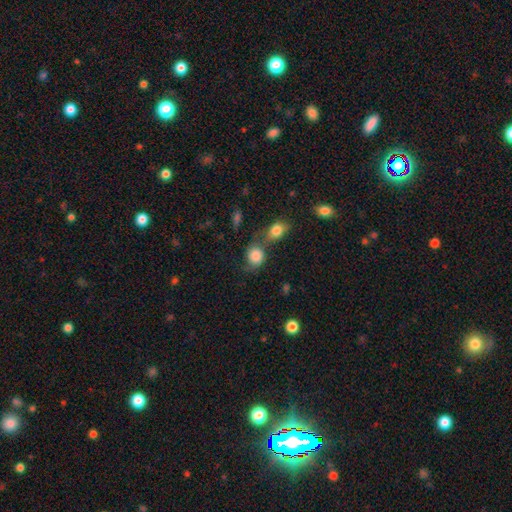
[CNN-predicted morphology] Smooth or featured? smooth (80%)
How rounded? round (68%)
Merging? none (38%)